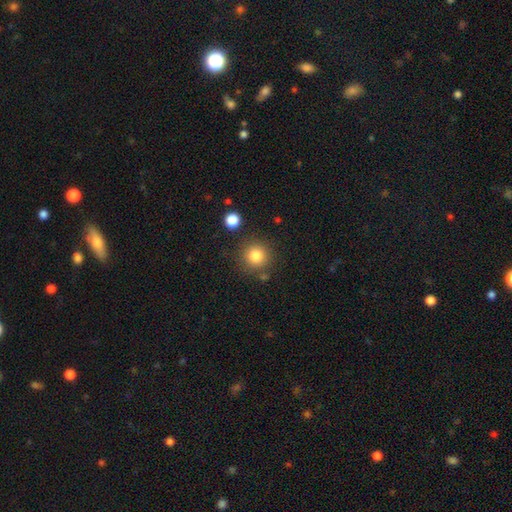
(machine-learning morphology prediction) This appears to be a smooth galaxy with no disk features (82%) that is round (94%). Merging: none (84%).